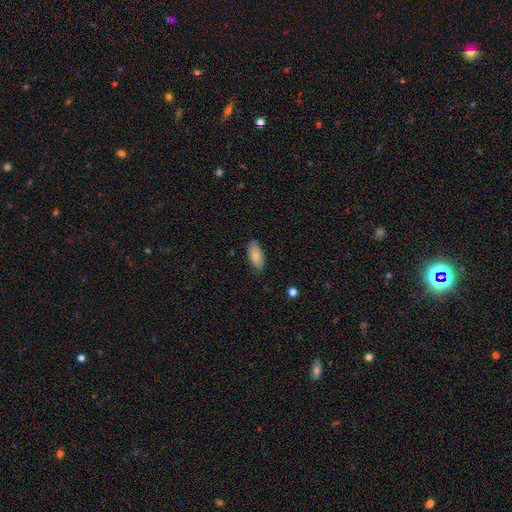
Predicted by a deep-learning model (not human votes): Smooth or featured? smooth (86%)
How rounded? in between (86%)
Merging? none (82%)